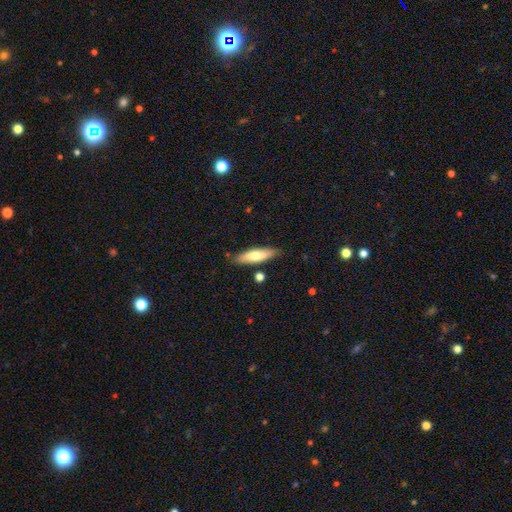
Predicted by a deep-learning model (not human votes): Overall: smooth (65%; featured or disk 29%). How rounded: cigar-shaped (64%; in between 34%). Merging: none (83%).